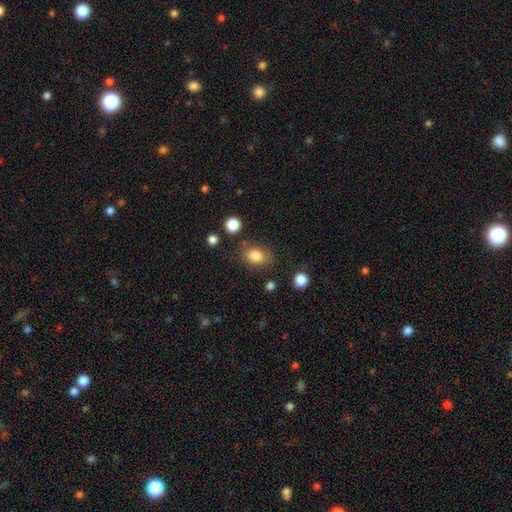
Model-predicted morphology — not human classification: A smooth galaxy with no disk features (83%) that is in between round and cigar-shaped (59%).

Vote fractions:
- Smooth or featured? smooth: 83% / star or artifact: 10% / featured or disk: 7%
- How rounded? in between: 59% / round: 40% / cigar-shaped: 1%
- Merging? none: 76% / minor disturbance: 14% / merger: 5% / major disturbance: 5%